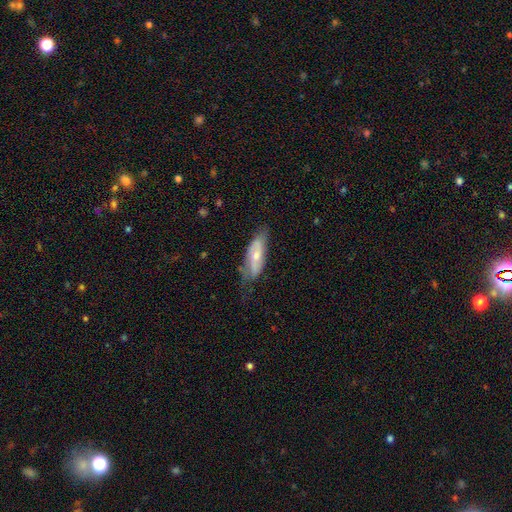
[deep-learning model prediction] smooth-or-featured: featured or disk: 58% | smooth: 35% | star or artifact: 6%
  disk-edge-on: no: 81% | yes: 19%
  merging: none: 58% | minor disturbance: 30% | major disturbance: 11% | merger: 2%